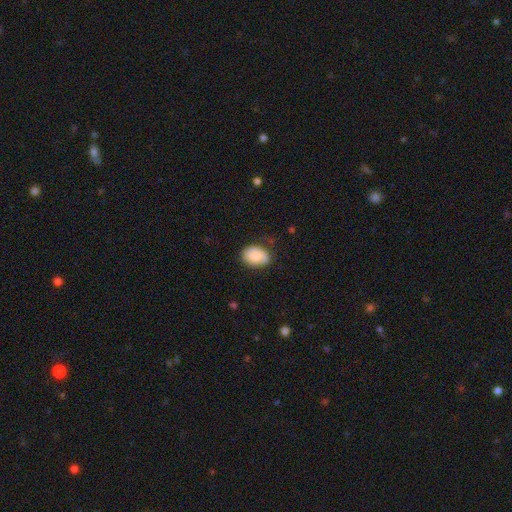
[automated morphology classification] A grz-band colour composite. It shows a smooth galaxy with no disk features (81%) that is in between round and cigar-shaped (82%). Merging: none (77%).